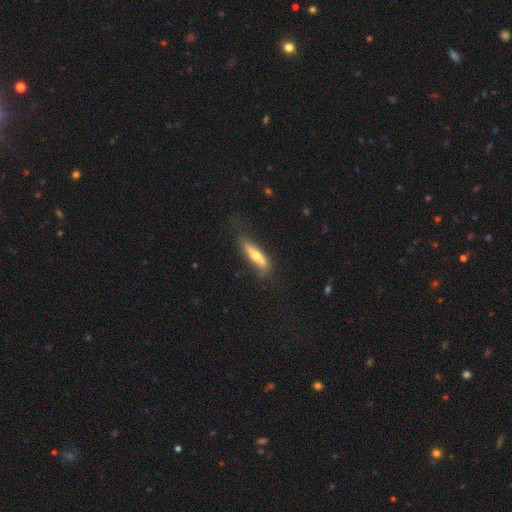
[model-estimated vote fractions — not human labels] A smooth galaxy with no disk features (50%) that is cigar-shaped (77%). Merging: none (68%).